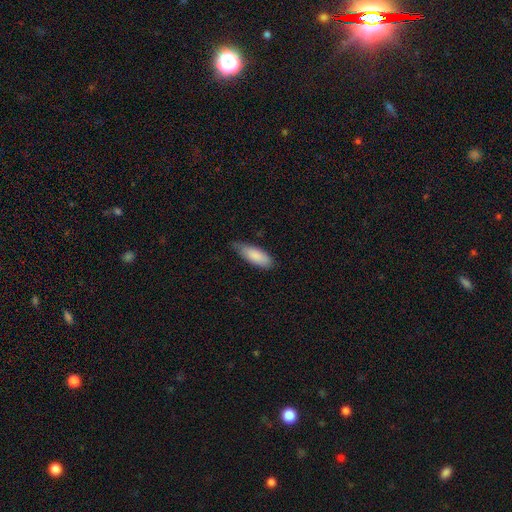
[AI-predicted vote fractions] Smooth or featured?
  - smooth: 87% *
  - featured or disk: 8%
  - star or artifact: 6%
How rounded?
  - in between: 68% *
  - cigar-shaped: 31%
  - round: 2%
Merging?
  - none: 61% *
  - minor disturbance: 33%
  - major disturbance: 5%
  - merger: 1%